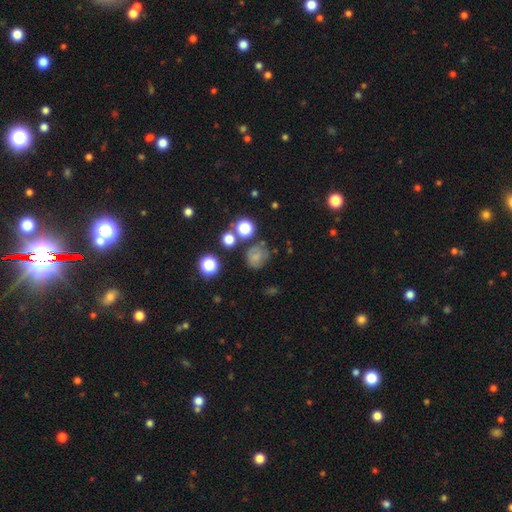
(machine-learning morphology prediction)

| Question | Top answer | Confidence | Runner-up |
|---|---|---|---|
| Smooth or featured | smooth | 60% | featured or disk (22%) |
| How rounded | round | 80% | in between (19%) |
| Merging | none | 64% | minor disturbance (19%) |